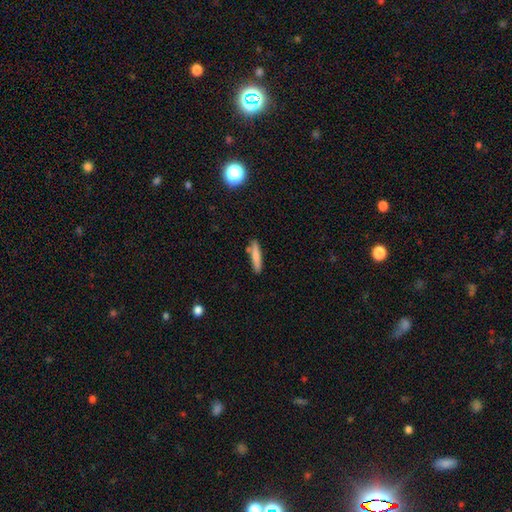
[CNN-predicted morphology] smooth-or-featured: smooth: 76% | featured or disk: 17% | star or artifact: 6%
  how-rounded: cigar-shaped: 88% | in between: 10% | round: 2%
  merging: none: 80% | minor disturbance: 12% | merger: 6% | major disturbance: 2%